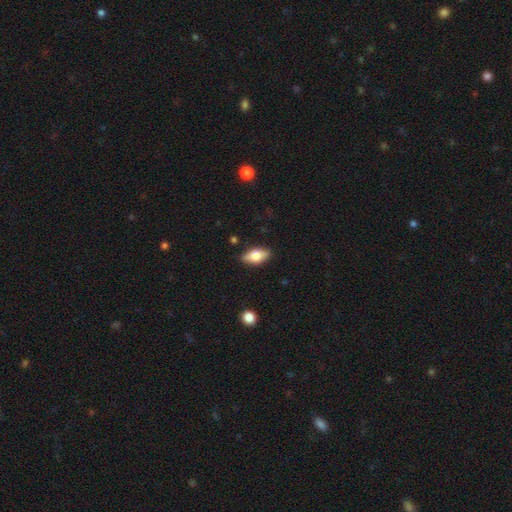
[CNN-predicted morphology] A smooth galaxy with no disk features (69%) that is in between round and cigar-shaped (86%). Merging: none (84%).